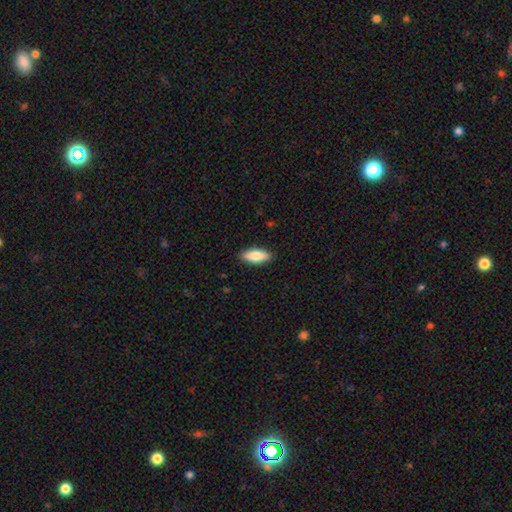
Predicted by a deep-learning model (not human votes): Overall: smooth (78%). How rounded: in between (72%). Merging: none (89%).